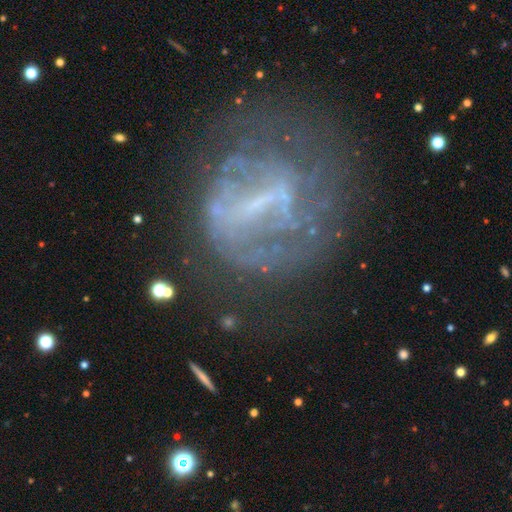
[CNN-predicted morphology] A featured or disk galaxy (70%) with a strong bar (42%), no spiral arms (56%) and no central bulge (49%). Merging: none (52%).